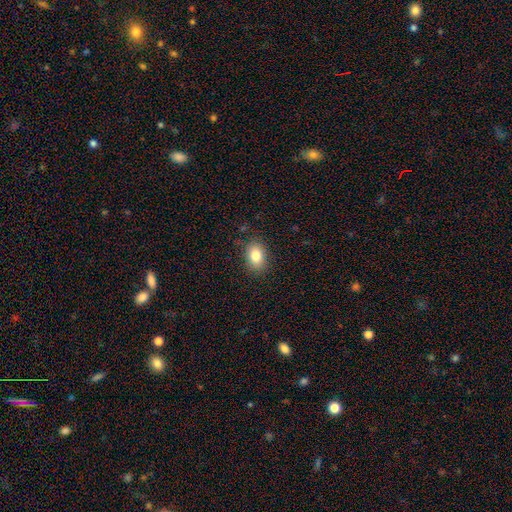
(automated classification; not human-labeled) This appears to be a smooth galaxy with no disk features (83%) that is in between round and cigar-shaped (79%). Merging: none (86%).